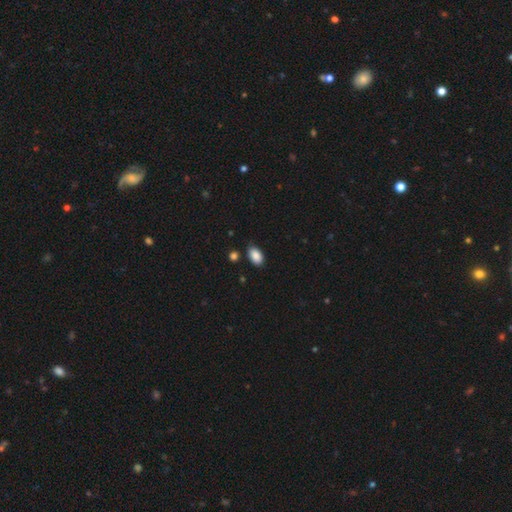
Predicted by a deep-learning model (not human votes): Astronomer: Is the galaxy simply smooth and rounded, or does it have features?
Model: smooth — 89%.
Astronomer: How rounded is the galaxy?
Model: in between — 92%.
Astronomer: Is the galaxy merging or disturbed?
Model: none — 80%.